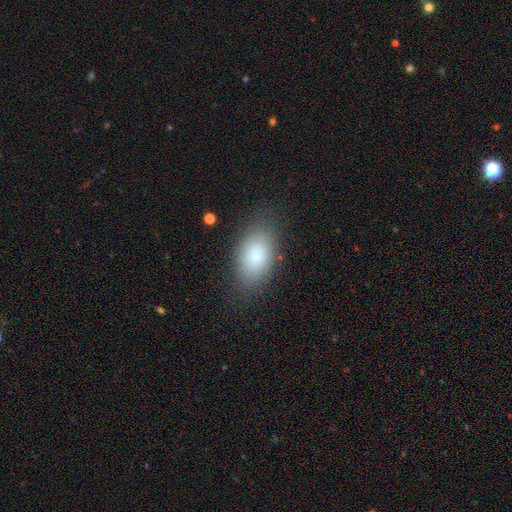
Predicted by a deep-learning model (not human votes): A smooth galaxy with no disk features (79%) that is in between round and cigar-shaped (89%).

Vote fractions:
- Smooth or featured? smooth: 79% / featured or disk: 13% / star or artifact: 9%
- How rounded? in between: 89% / round: 9% / cigar-shaped: 2%
- Merging? none: 79% / minor disturbance: 15% / major disturbance: 5% / merger: 1%